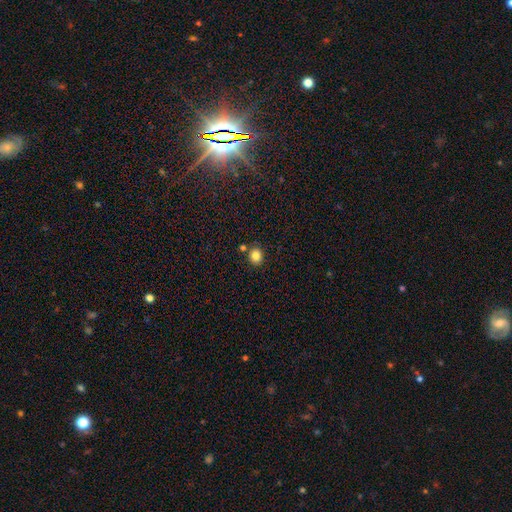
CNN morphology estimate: Q: Smooth or featured?
A: smooth (84%); runner-up: star or artifact (11%)
Q: How rounded?
A: round (74%); runner-up: in between (25%)
Q: Merging?
A: none (81%); runner-up: minor disturbance (8%)